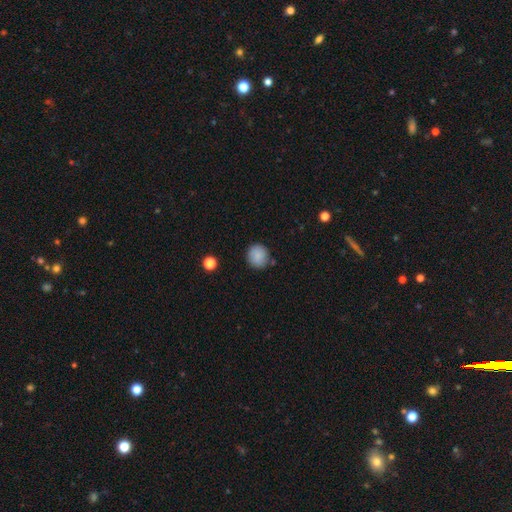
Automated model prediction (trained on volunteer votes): smooth 88%, star or artifact 8%, featured or disk 4%. Down the decision tree: how rounded — round (89%); merging — none (84%).